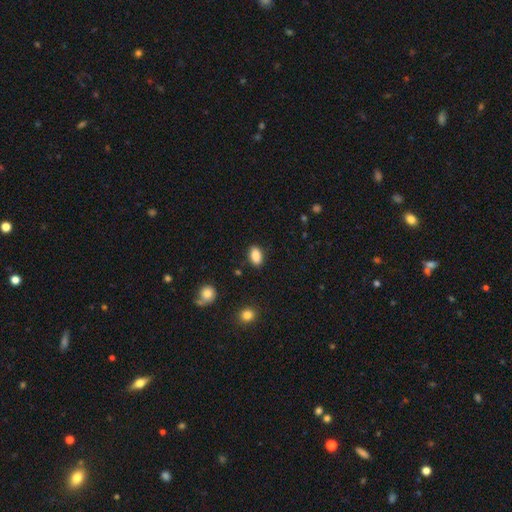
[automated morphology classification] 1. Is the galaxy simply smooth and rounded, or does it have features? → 87% smooth, 8% star or artifact, 5% featured or disk.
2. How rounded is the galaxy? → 90% in between, 8% round, 3% cigar-shaped.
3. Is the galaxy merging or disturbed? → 87% none, 9% minor disturbance, 2% major disturbance, 2% merger.